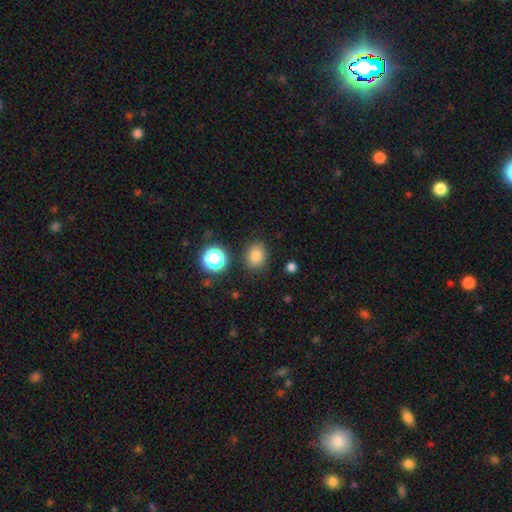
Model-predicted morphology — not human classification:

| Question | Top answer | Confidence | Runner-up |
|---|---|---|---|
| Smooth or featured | smooth | 79% | star or artifact (14%) |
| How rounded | round | 55% | in between (44%) |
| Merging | none | 84% | minor disturbance (10%) |